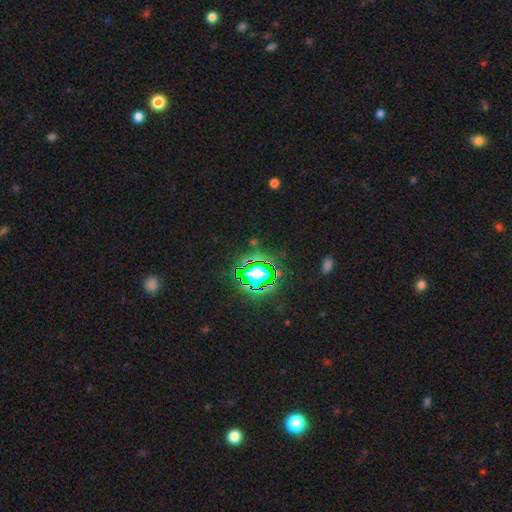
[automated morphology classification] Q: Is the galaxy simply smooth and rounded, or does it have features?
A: star or artifact — 82%.